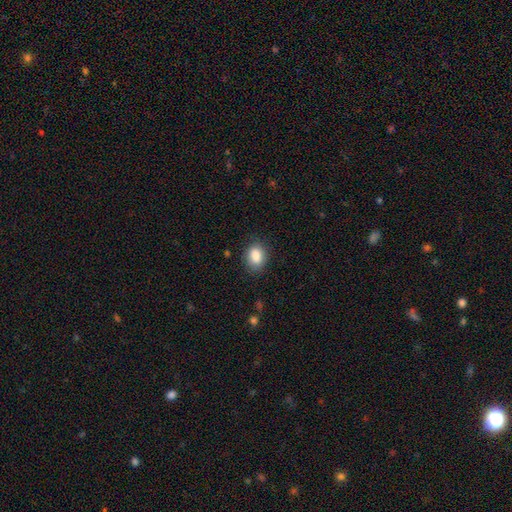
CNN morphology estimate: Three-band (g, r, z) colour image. It shows a smooth galaxy with no disk features (87%) that is in between round and cigar-shaped (69%). Merging: none (84%).